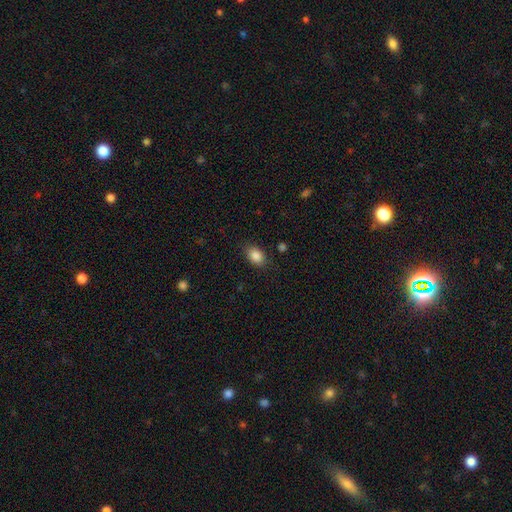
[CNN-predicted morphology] A smooth galaxy with no disk features (87%) that is in between round and cigar-shaped (81%).

Vote fractions:
- Smooth or featured? smooth: 87% / star or artifact: 8% / featured or disk: 5%
- How rounded? in between: 81% / round: 18% / cigar-shaped: 1%
- Merging? none: 83% / minor disturbance: 12% / major disturbance: 3% / merger: 1%